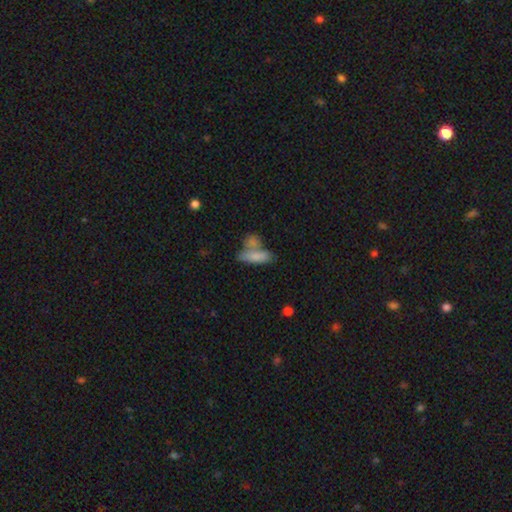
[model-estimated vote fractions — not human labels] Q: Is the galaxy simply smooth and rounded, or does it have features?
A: smooth — 78%.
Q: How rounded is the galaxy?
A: in between — 61%.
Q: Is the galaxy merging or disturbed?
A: merger — 43%.